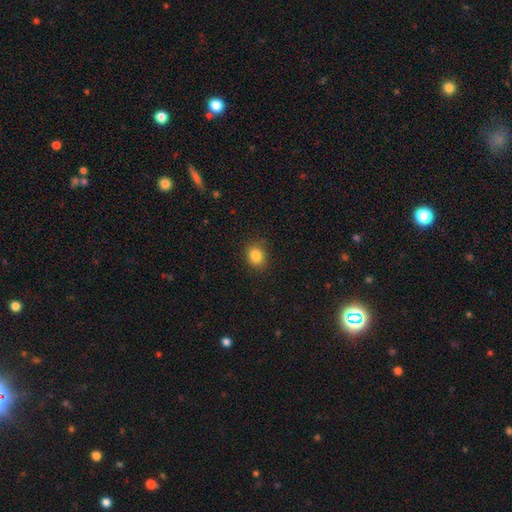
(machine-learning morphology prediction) smooth-or-featured: smooth: 84% | star or artifact: 11% | featured or disk: 5%
  how-rounded: round: 60% | in between: 39% | cigar-shaped: 1%
  merging: none: 86% | minor disturbance: 10% | major disturbance: 3% | merger: 1%